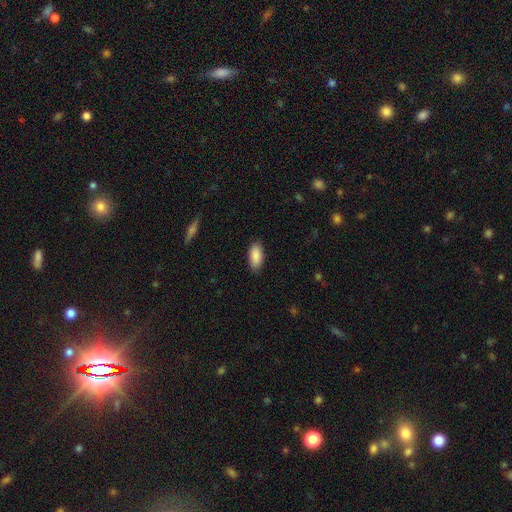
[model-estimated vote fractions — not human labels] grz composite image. It shows a smooth galaxy with no disk features (90%) that is in between round and cigar-shaped (92%). Merging: none (88%).